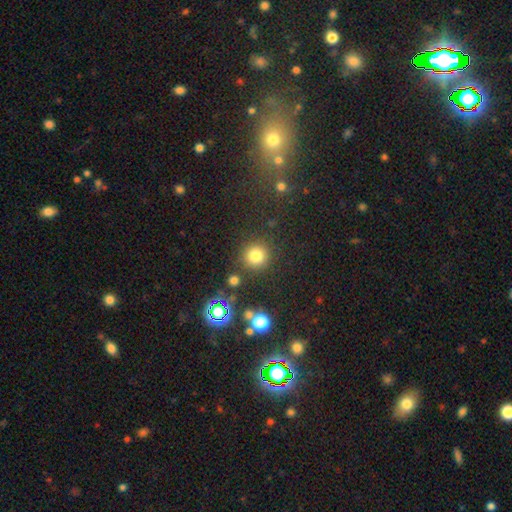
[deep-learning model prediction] Smooth or featured? Predicted: smooth (p=0.78). How rounded? Predicted: round (p=0.93). Merging? Predicted: none (p=0.85).